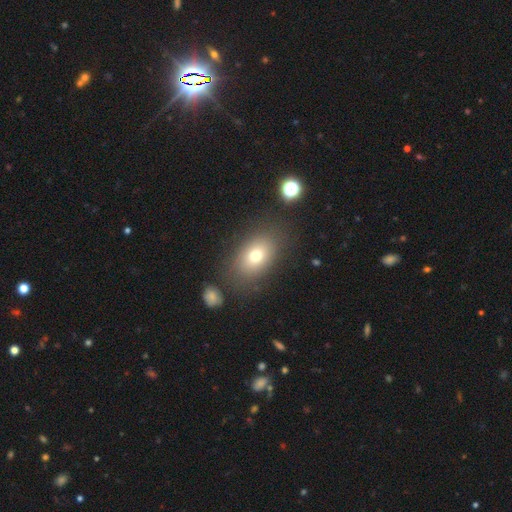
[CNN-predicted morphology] A smooth galaxy with no disk features (73%) that is in between round and cigar-shaped (76%). Merging: none (79%).